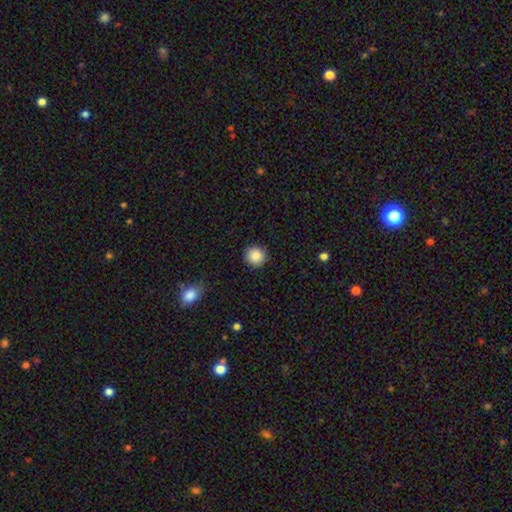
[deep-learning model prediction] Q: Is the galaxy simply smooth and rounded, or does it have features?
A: smooth — 89%.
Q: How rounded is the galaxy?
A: round — 89%.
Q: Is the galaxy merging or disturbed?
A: none — 90%.